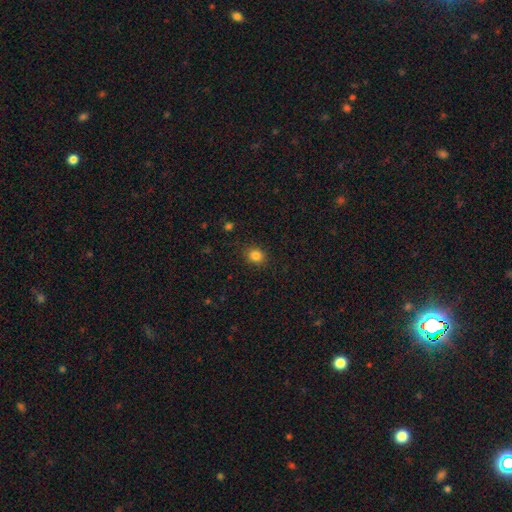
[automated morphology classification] Smooth or featured? smooth (84%)
How rounded? round (72%)
Merging? none (88%)